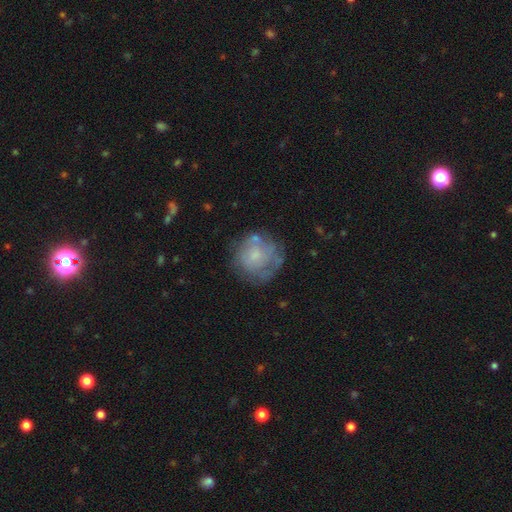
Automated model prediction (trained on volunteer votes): A featured or disk galaxy (49%).

Vote fractions:
- Smooth or featured? featured or disk: 49% / smooth: 42% / star or artifact: 9%
- Merging? none: 61% / minor disturbance: 22% / major disturbance: 13% / merger: 4%